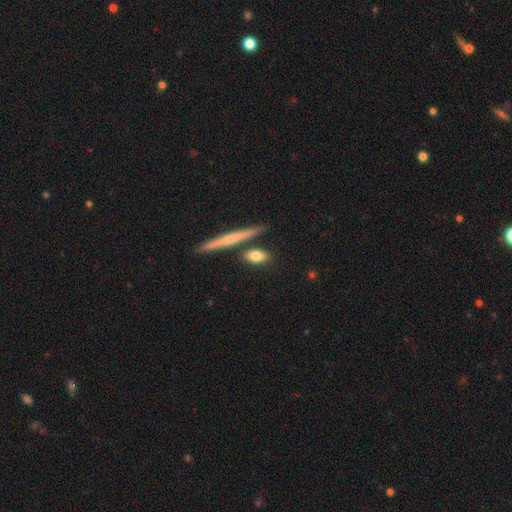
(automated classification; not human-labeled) Smooth or featured? smooth (77%)
How rounded? in between (64%)
Merging? none (73%)